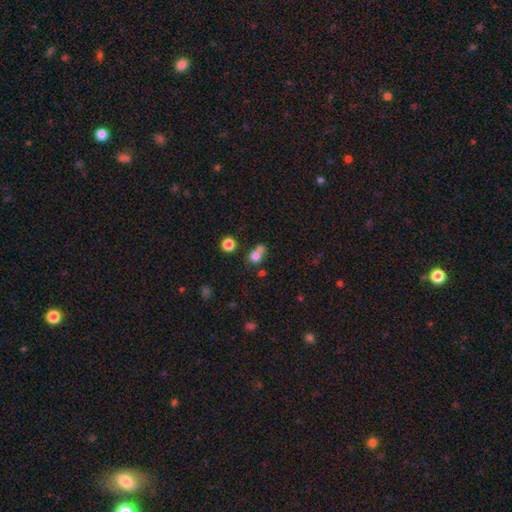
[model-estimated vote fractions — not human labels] Overall: smooth (76%). How rounded: round (75%). Merging: merger (44%; none 39%).